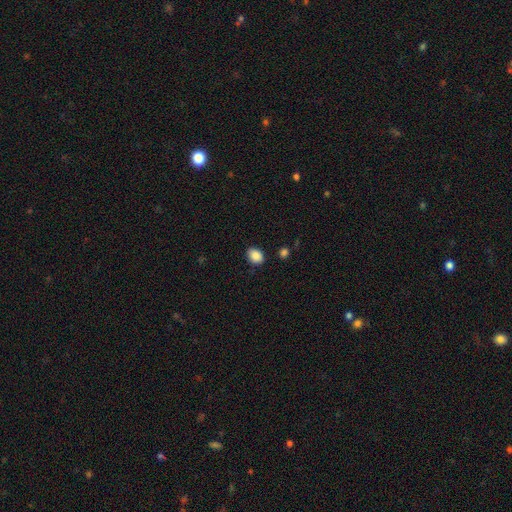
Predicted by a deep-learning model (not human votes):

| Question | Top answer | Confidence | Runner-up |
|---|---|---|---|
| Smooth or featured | smooth | 89% | star or artifact (8%) |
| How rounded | in between | 68% | round (31%) |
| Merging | none | 86% | minor disturbance (10%) |